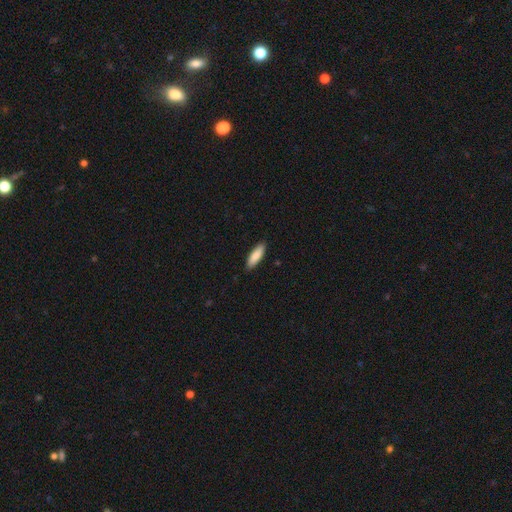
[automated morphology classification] This is clearly a smooth galaxy (87%). How rounded: possibly in between (49%, tied with cigar-shaped). Merging: clearly none (88%).